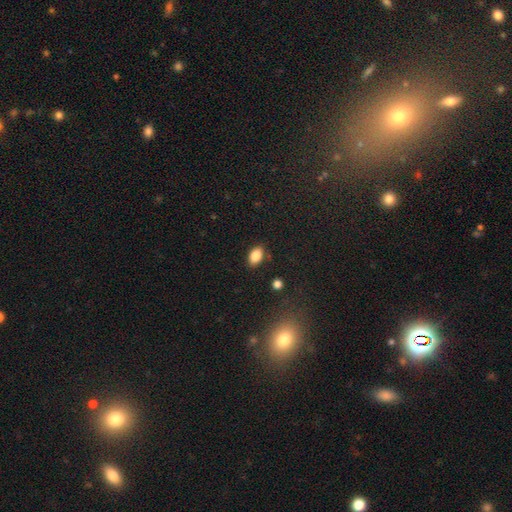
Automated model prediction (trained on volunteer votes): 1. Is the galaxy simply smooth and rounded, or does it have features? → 84% smooth, 9% star or artifact, 7% featured or disk.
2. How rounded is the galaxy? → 89% in between, 9% round, 2% cigar-shaped.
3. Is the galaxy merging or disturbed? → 85% none, 11% minor disturbance, 2% major disturbance, 2% merger.